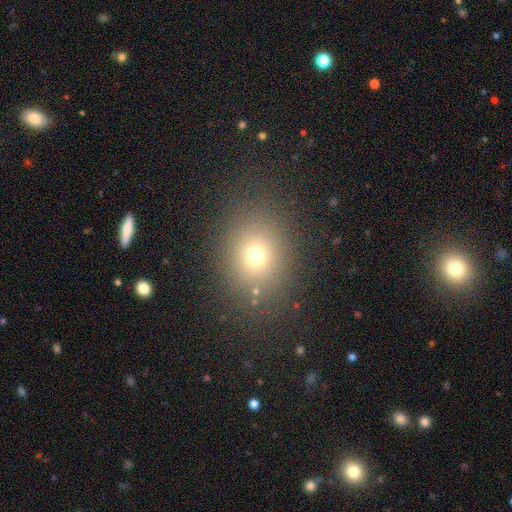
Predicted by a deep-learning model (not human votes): smooth 69%, star or artifact 21%, featured or disk 10%. Down the decision tree: how rounded — round (66%); merging — none (85%).